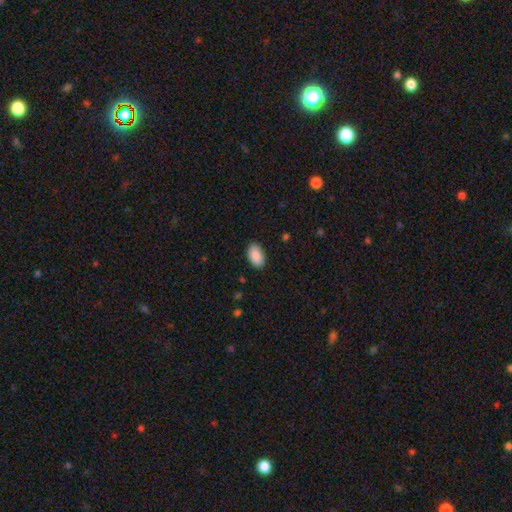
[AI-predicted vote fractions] Smooth or featured?
  - smooth: 90% *
  - star or artifact: 6%
  - featured or disk: 4%
How rounded?
  - in between: 94% *
  - round: 4%
  - cigar-shaped: 1%
Merging?
  - none: 87% *
  - minor disturbance: 10%
  - major disturbance: 2%
  - merger: 1%